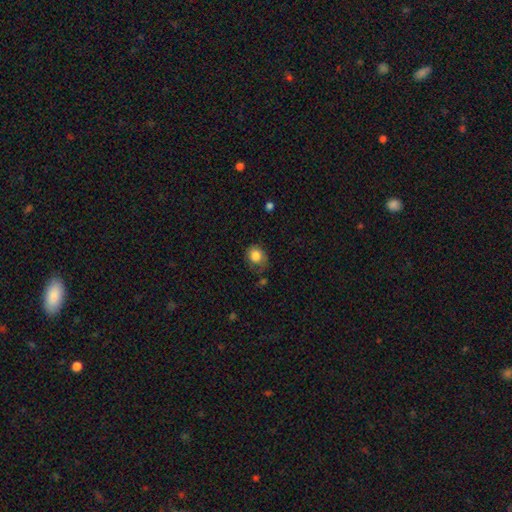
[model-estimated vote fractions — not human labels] The model was most divided on "merging": none: 54%, minor disturbance: 29%, major disturbance: 14%, merger: 3%. More confident: smooth or featured — smooth (82%); how rounded — round (65%).